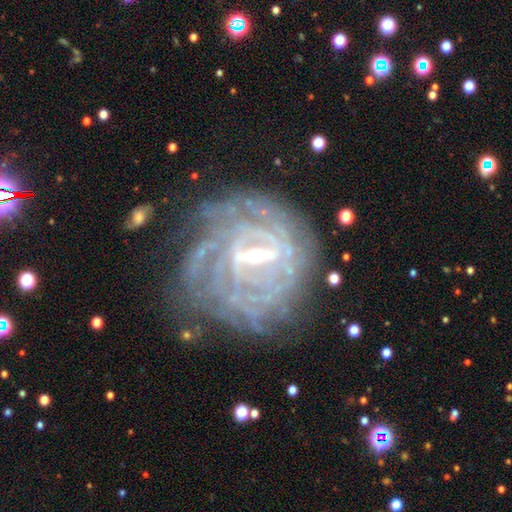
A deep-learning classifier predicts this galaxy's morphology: A featured or disk galaxy (87%) with a strong bar (46%), tight (79%) spiral arms (92%) and a small central bulge (67%).

Vote fractions:
- Smooth or featured? featured or disk: 87% / star or artifact: 7% / smooth: 6%
- Edge-on disk? no: 97% / yes: 3%
- Bar? strong: 46% / weak: 43% / no: 12%
- Spiral arms? yes: 92% / no: 8%
- Spiral winding? tight: 79% / medium: 17% / loose: 4%
- Spiral arm count? can't tell: 39% / 4: 19% / more than 4: 15% / 3: 11% / 2: 10% / 1: 6%
- Bulge size? small: 67% / moderate: 27% / none: 3% / large: 2% / dominant: 1%
- Merging? none: 67% / minor disturbance: 19% / major disturbance: 12% / merger: 3%